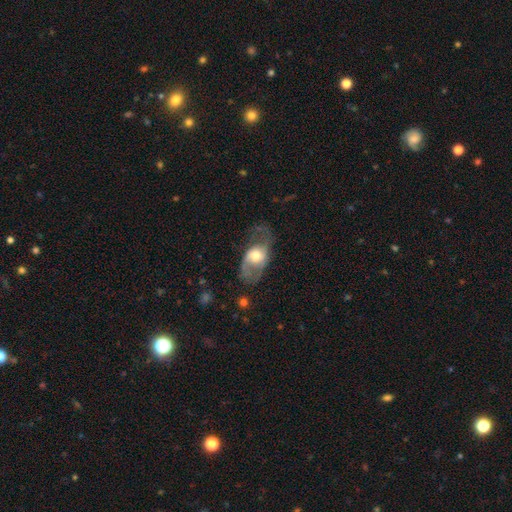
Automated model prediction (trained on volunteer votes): A featured or disk galaxy (60%) with no bar (63%), spiral arms (74%) and a moderate central bulge (61%).

Vote fractions:
- Smooth or featured? featured or disk: 60% / smooth: 33% / star or artifact: 6%
- Edge-on disk? no: 92% / yes: 8%
- Bar? no: 63% / weak: 29% / strong: 8%
- Spiral arms? yes: 74% / no: 26%
- Bulge size? moderate: 61% / large: 23% / small: 13% / dominant: 2% / none: 1%
- Merging? none: 49% / major disturbance: 25% / minor disturbance: 24% / merger: 2%